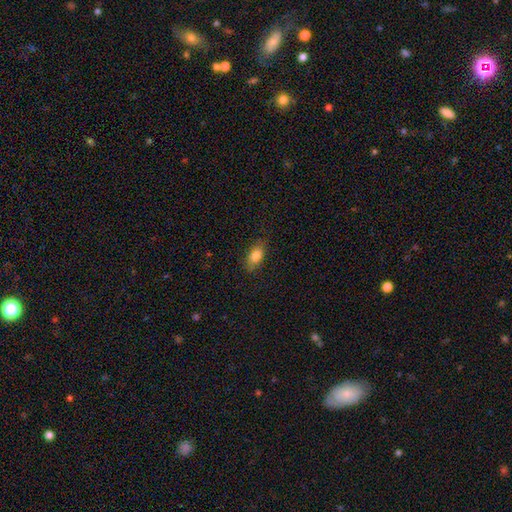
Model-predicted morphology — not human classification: The model was most divided on "merging": none: 81%, minor disturbance: 15%, major disturbance: 3%, merger: 1%. More confident: how rounded — in between (88%); smooth or featured — smooth (82%).